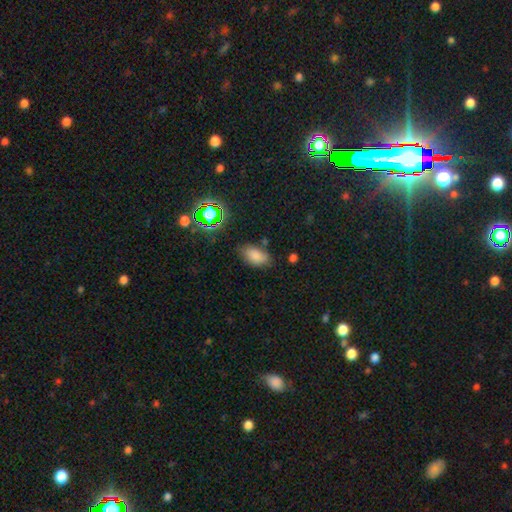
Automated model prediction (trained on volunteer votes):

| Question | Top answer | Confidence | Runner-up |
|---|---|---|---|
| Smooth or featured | smooth | 78% | star or artifact (15%) |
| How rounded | in between | 91% | round (6%) |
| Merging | none | 75% | minor disturbance (18%) |